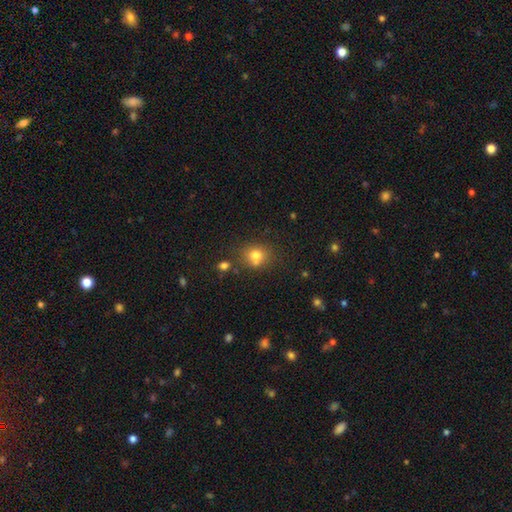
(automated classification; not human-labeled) Smooth or featured: smooth — 75% (star or artifact — 14%)
How rounded: round — 72% (in between — 27%)
Merging: none — 63% (merger — 18%)